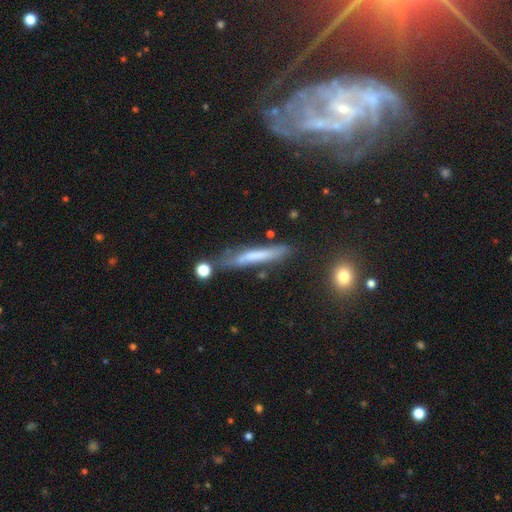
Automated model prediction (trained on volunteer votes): Q: Smooth or featured?
A: smooth (56%); runner-up: featured or disk (34%)
Q: How rounded?
A: cigar-shaped (93%); runner-up: in between (5%)
Q: Merging?
A: none (67%); runner-up: minor disturbance (21%)